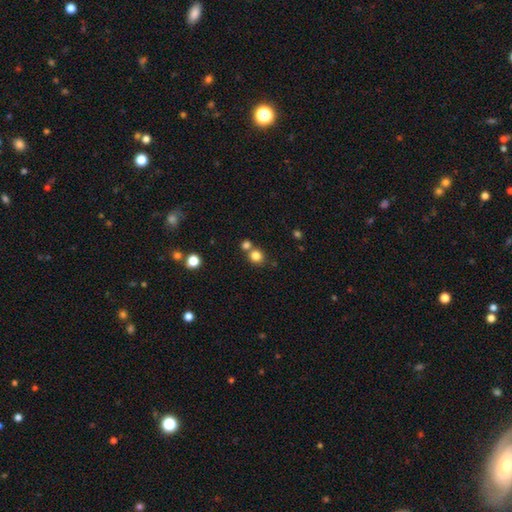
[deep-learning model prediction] A smooth galaxy with no disk features (81%) that is round (84%). Merging: none (60%).